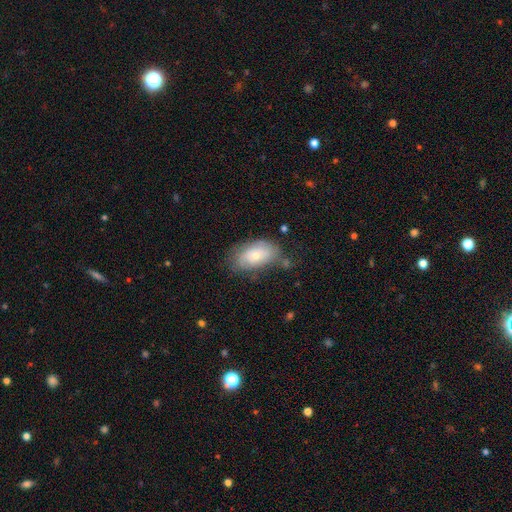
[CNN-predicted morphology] smooth 55%, featured or disk 37%, star or artifact 7%. Down the decision tree: how rounded — in between (92%); merging — none (59%).